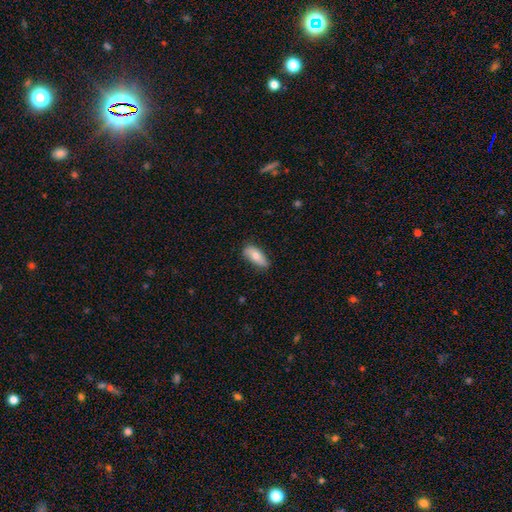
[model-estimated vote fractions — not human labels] Smooth or featured? smooth (71%)
How rounded? in between (80%)
Merging? none (77%)